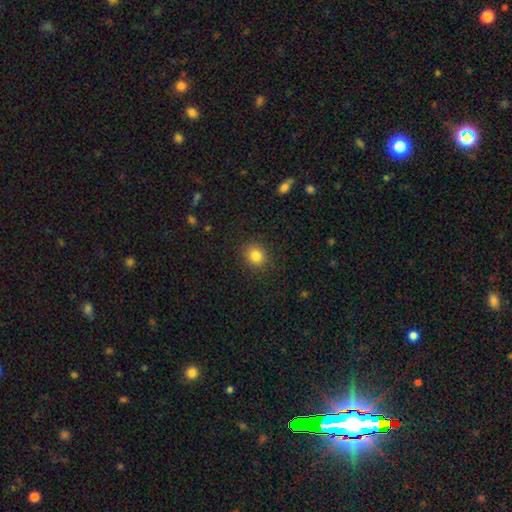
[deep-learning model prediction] The model was most divided on "how rounded": round: 66%, in between: 33%, cigar-shaped: 1%. More confident: merging — none (88%); smooth or featured — smooth (84%).